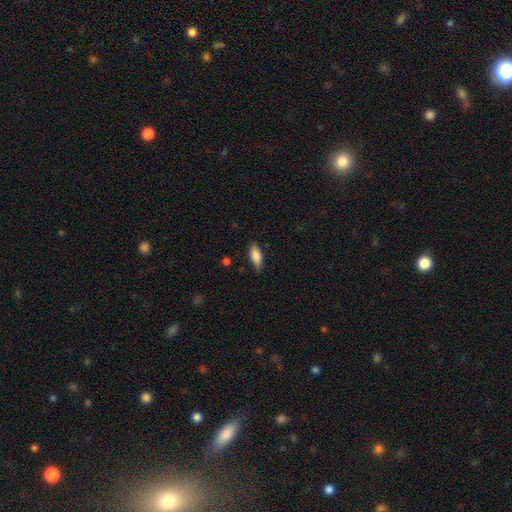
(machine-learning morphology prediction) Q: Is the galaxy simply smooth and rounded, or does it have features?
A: smooth — 77%.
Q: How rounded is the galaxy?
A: in between — 75%.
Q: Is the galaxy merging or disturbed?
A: none — 79%.